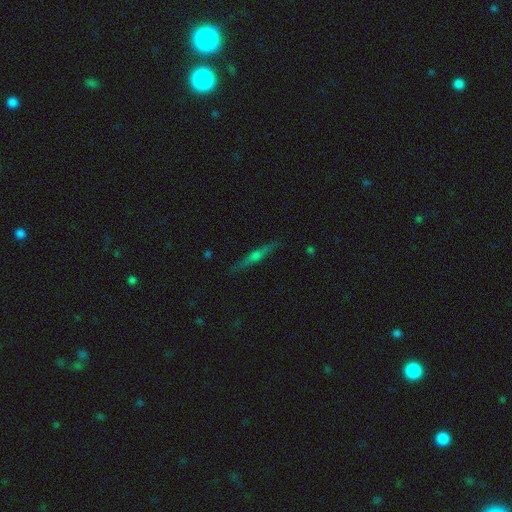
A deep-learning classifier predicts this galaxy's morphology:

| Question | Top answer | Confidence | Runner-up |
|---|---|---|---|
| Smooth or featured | featured or disk | 72% | smooth (19%) |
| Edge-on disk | yes | 97% | no (3%) |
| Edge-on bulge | rounded | 84% | none (8%) |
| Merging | none | 89% | minor disturbance (8%) |